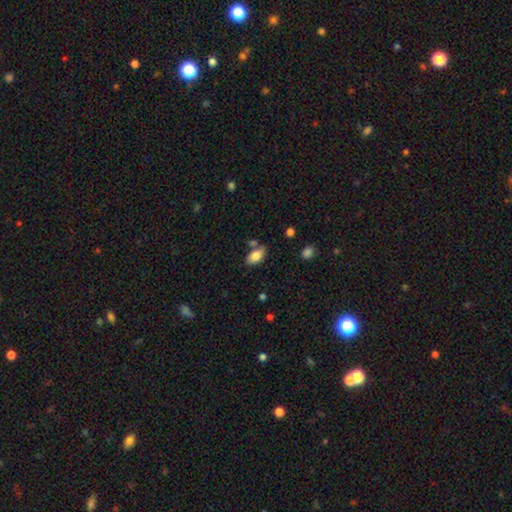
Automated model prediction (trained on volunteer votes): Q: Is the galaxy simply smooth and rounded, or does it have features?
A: smooth — 80%.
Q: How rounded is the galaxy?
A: in between — 92%.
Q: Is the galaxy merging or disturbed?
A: none — 68%.